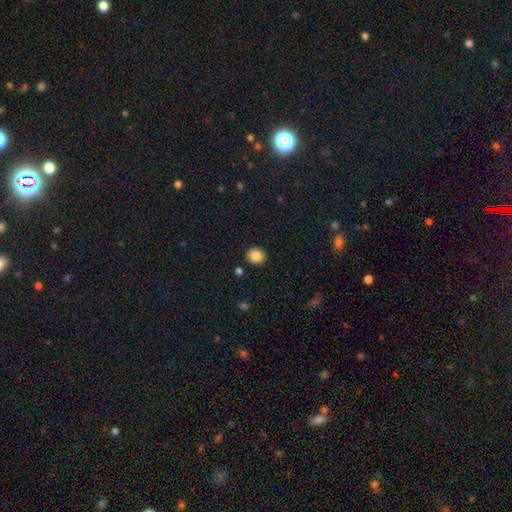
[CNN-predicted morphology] Smooth or featured? Predicted: smooth (p=0.85). How rounded? Predicted: round (p=0.73). Merging? Predicted: none (p=0.89).